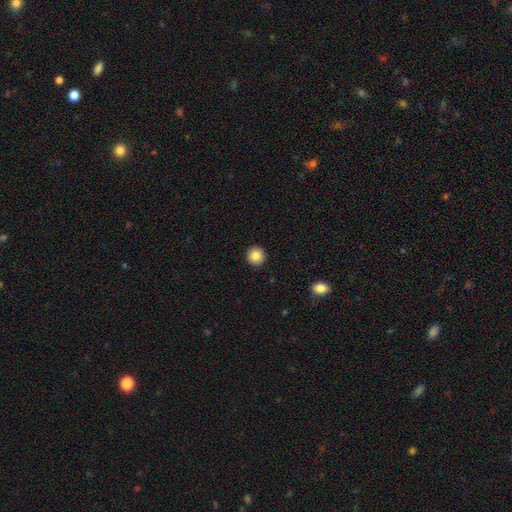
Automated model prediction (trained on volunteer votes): Smooth or featured? smooth (86%)
How rounded? round (95%)
Merging? none (93%)